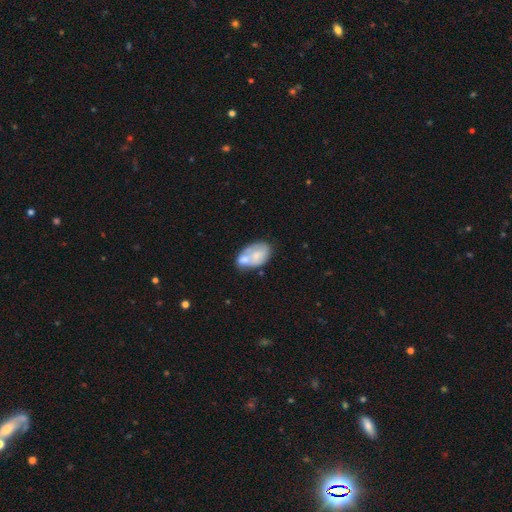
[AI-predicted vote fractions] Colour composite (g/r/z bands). It shows a smooth galaxy with no disk features (55%) that is in between round and cigar-shaped (88%). Merging: merger (41%).